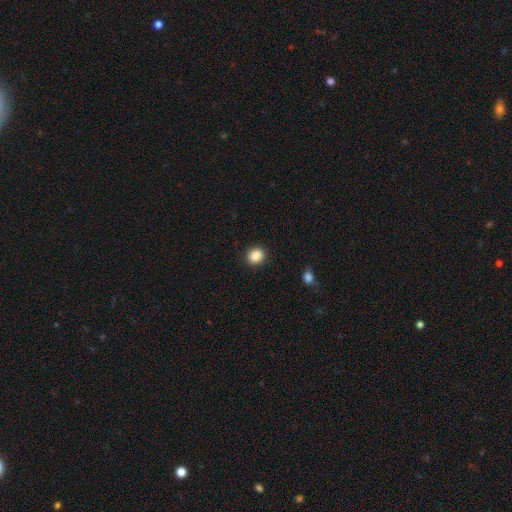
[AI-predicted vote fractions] This is clearly a smooth galaxy (87%). How rounded: likely round (78%). Merging: clearly none (91%).